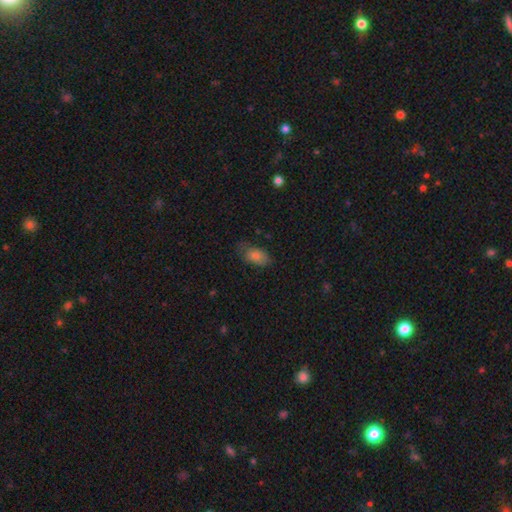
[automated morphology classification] type=smooth (78%); roundness=in between (90%); merging=none (63%).